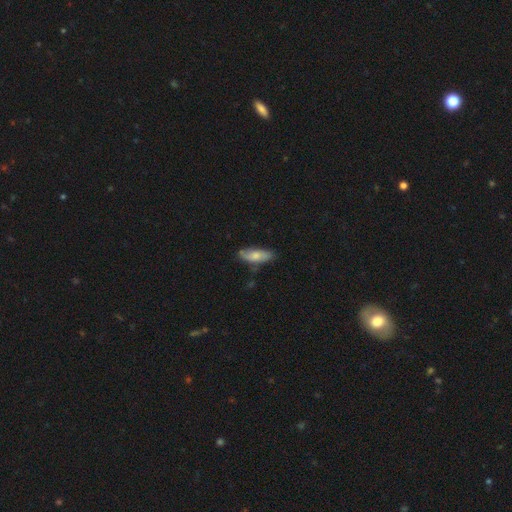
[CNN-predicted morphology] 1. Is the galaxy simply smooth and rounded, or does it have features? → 65% smooth, 29% featured or disk, 6% star or artifact.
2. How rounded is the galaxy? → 67% in between, 31% cigar-shaped, 2% round.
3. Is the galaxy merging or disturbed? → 71% none, 23% minor disturbance, 4% major disturbance, 2% merger.